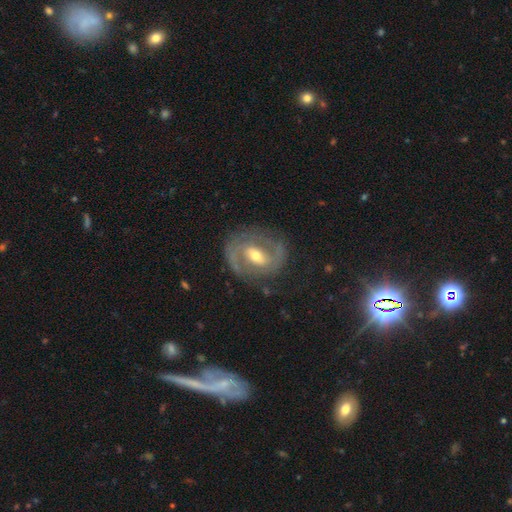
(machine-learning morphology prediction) This appears to be a featured or disk galaxy (83%) with a weak bar (46%), 2 (81%) medium (43%) spiral arms (87%) and a moderate central bulge (61%). Merging: none (75%).